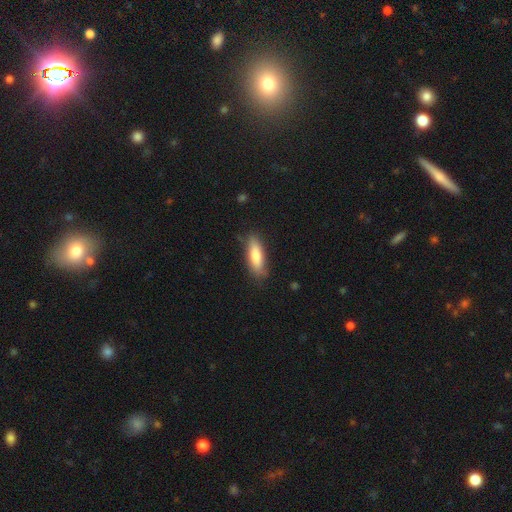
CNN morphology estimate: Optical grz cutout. It shows a smooth galaxy with no disk features (78%) that is in between round and cigar-shaped (52%). Merging: none (79%).